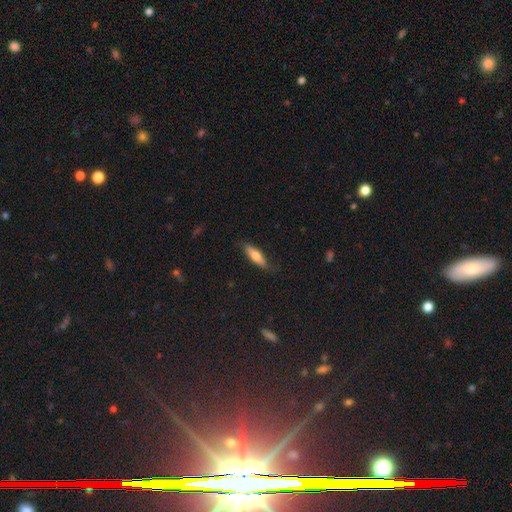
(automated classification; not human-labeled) Smooth or featured?
  - smooth: 69% *
  - featured or disk: 25%
  - star or artifact: 6%
How rounded?
  - cigar-shaped: 58% *
  - in between: 40%
  - round: 2%
Merging?
  - none: 76% *
  - minor disturbance: 18%
  - major disturbance: 4%
  - merger: 1%